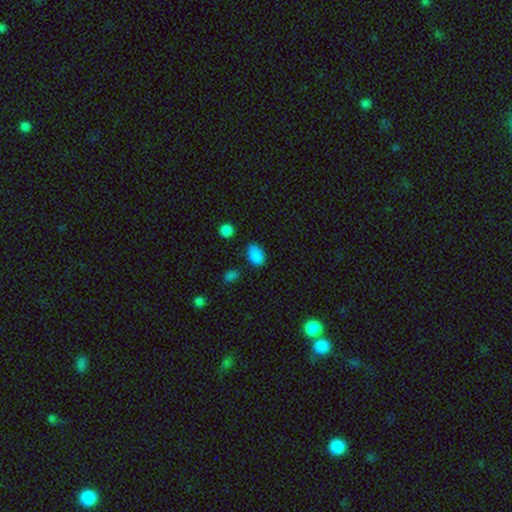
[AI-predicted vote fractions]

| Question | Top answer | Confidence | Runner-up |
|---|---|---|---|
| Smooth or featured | smooth | 85% | star or artifact (11%) |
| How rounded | in between | 84% | round (14%) |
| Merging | none | 71% | minor disturbance (21%) |